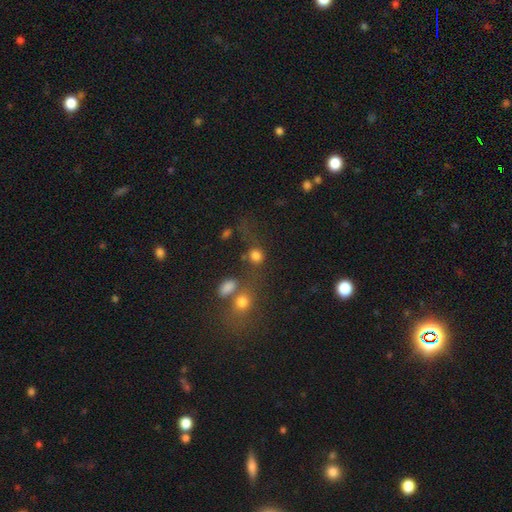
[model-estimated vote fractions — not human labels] This is likely a smooth galaxy (78%). How rounded: clearly round (81%). Merging: possibly none (51%).